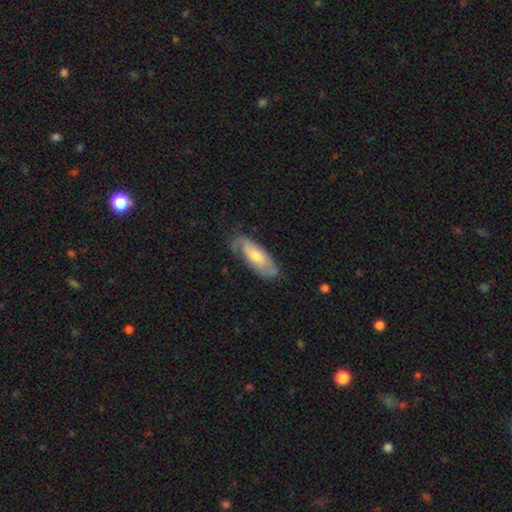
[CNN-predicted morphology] This appears to be a featured or disk galaxy (50%). Merging: none (61%).